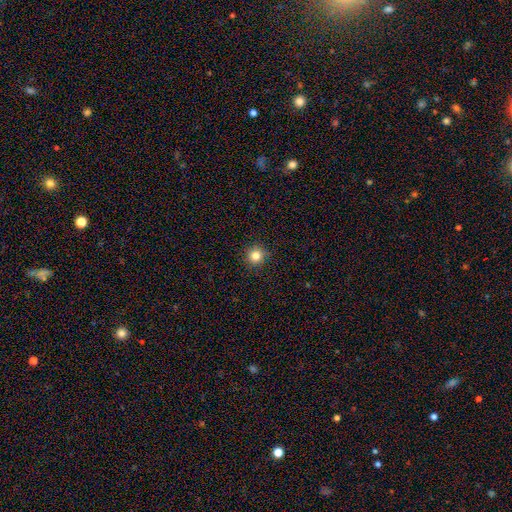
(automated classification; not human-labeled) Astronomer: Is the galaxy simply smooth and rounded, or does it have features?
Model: smooth — 82%.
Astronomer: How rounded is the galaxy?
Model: round — 95%.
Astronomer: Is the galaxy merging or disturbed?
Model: none — 92%.